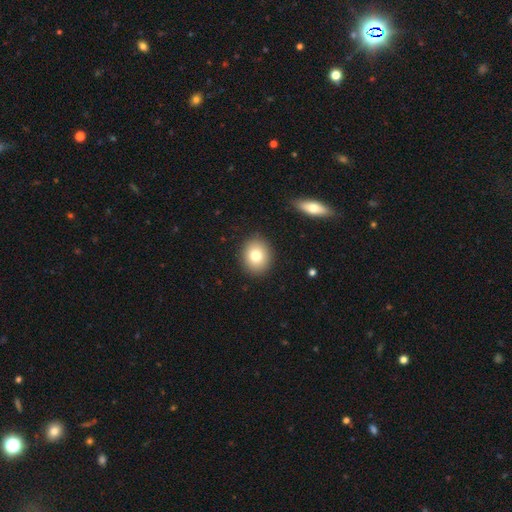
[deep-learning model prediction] The model was most divided on "how rounded": round: 71%, in between: 28%, cigar-shaped: 1%. More confident: merging — none (90%); smooth or featured — smooth (78%).